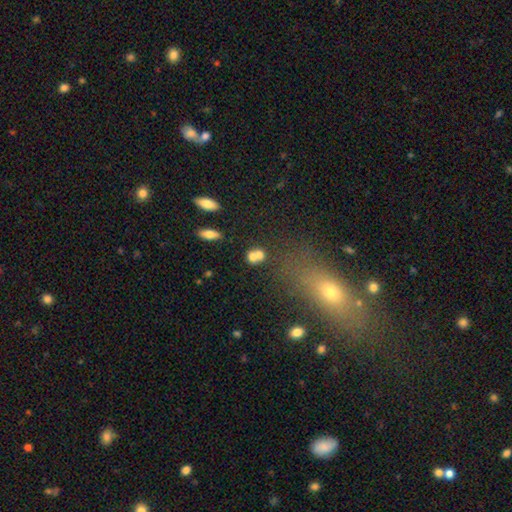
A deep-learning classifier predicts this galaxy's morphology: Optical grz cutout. It shows a smooth galaxy with no disk features (68%) that is round (70%). Merging: merger (54%).